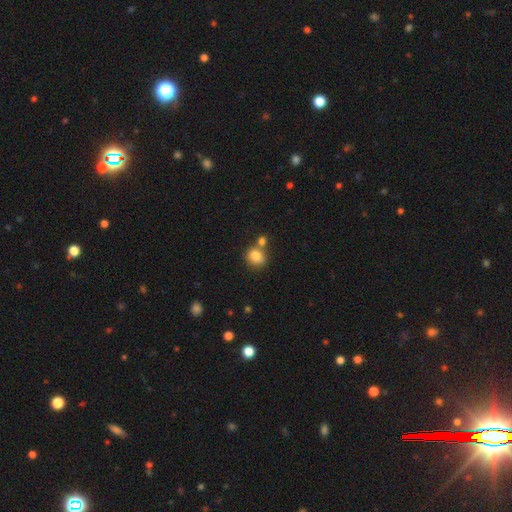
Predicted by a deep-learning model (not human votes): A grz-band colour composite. It shows a smooth galaxy with no disk features (83%) that is round (67%). Merging: none (57%).